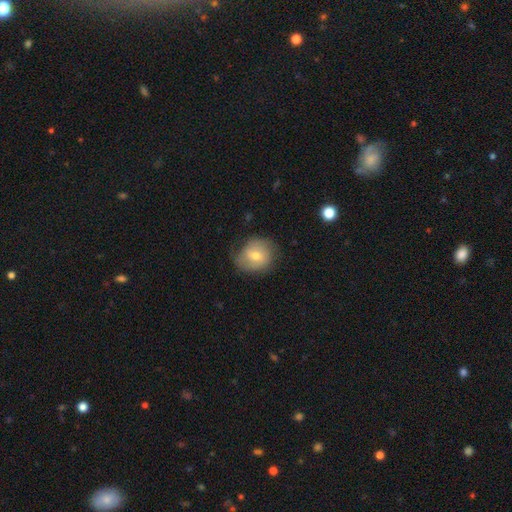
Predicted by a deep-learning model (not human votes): smooth-or-featured: smooth: 49% | featured or disk: 42% | star or artifact: 8%
  merging: none: 67% | minor disturbance: 24% | major disturbance: 8% | merger: 1%